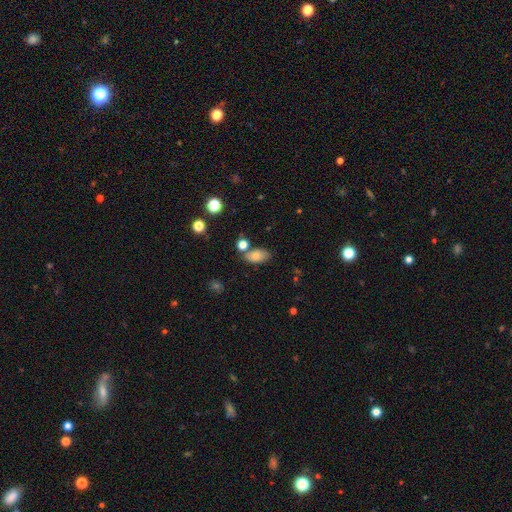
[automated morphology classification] Smooth or featured?
  - smooth: 78% *
  - featured or disk: 12%
  - star or artifact: 10%
How rounded?
  - in between: 90% *
  - round: 7%
  - cigar-shaped: 2%
Merging?
  - none: 66% *
  - minor disturbance: 16%
  - merger: 13%
  - major disturbance: 5%